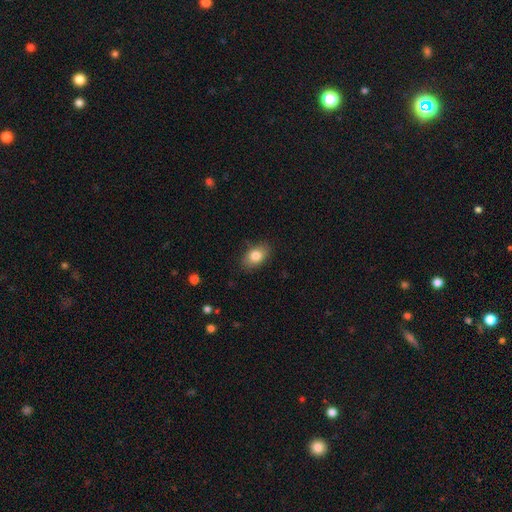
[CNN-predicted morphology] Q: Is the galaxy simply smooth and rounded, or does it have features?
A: smooth — 82%.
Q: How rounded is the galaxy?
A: in between — 84%.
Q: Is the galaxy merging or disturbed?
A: none — 84%.